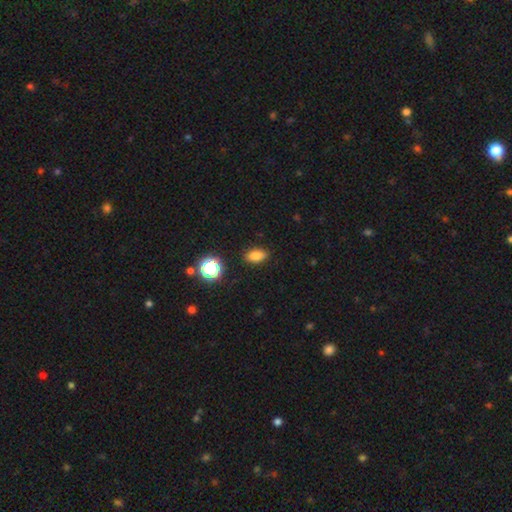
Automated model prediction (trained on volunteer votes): The model was most divided on "smooth or featured": smooth: 81%, star or artifact: 13%, featured or disk: 6%. More confident: merging — none (88%); how rounded — in between (83%).